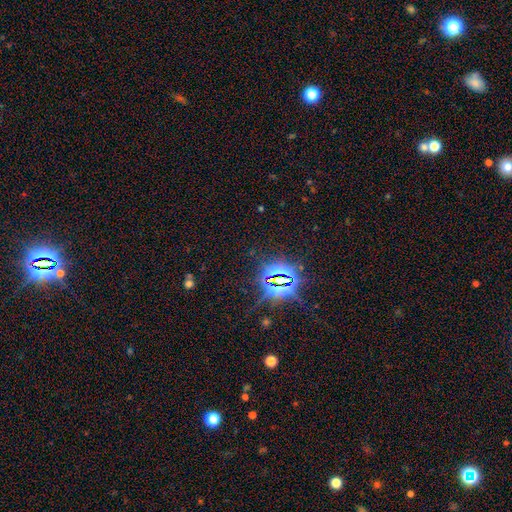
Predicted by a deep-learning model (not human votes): Q: Smooth or featured?
A: star or artifact (84%); runner-up: smooth (10%)